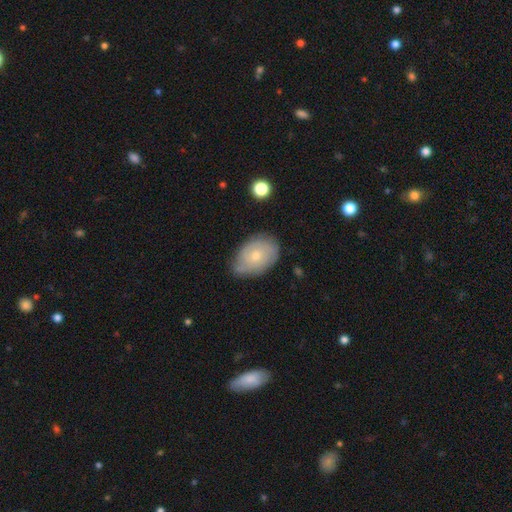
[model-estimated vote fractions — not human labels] This is possibly a smooth galaxy (50%). How rounded: clearly in between (83%). Merging: likely none (62%).